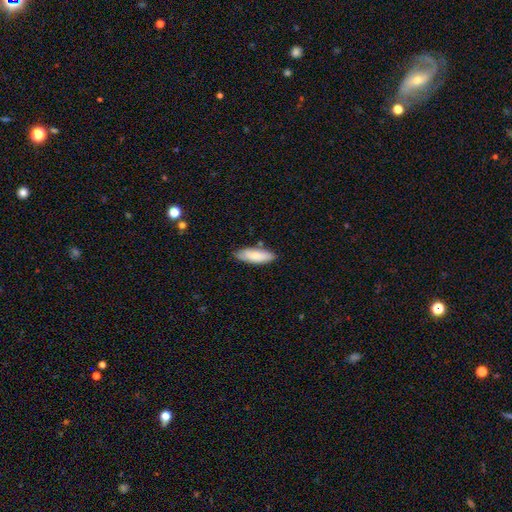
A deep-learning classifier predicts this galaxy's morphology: A smooth galaxy with no disk features (80%) that is in between round and cigar-shaped (64%). Merging: none (80%).